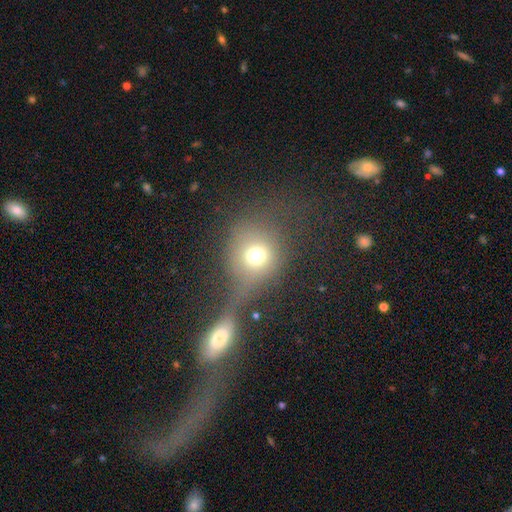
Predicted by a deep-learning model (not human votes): A smooth galaxy with no disk features (67%) that is round (77%).

Vote fractions:
- Smooth or featured? smooth: 67% / featured or disk: 17% / star or artifact: 16%
- How rounded? round: 77% / in between: 21% / cigar-shaped: 2%
- Merging? merger: 33% (tied) / none: 33% (tied) / major disturbance: 21% / minor disturbance: 13%